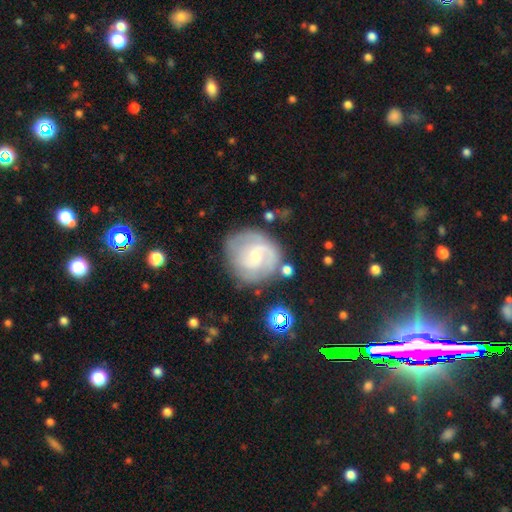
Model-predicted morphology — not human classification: A featured or disk galaxy (75%) with no bar (54%), 2 (55%) tight (43%) spiral arms (92%) and a small central bulge (67%).

Vote fractions:
- Smooth or featured? featured or disk: 75% / smooth: 19% / star or artifact: 7%
- Edge-on disk? no: 98% / yes: 2%
- Bar? no: 54% / weak: 39% / strong: 7%
- Spiral arms? yes: 92% / no: 8%
- Spiral winding? tight: 43% / medium: 42% / loose: 15%
- Spiral arm count? 2: 55% / can't tell: 21% / 3: 13% / 1: 6% / 4: 3% / more than 4: 3%
- Bulge size? small: 67% / moderate: 28% / none: 3% / large: 2% / dominant: 1%
- Merging? none: 70% / minor disturbance: 17% / major disturbance: 8% / merger: 4%